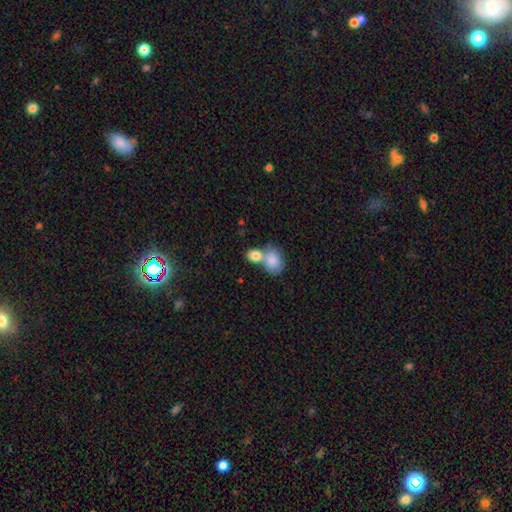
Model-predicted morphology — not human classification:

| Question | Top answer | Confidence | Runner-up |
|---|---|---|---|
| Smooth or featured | smooth | 83% | featured or disk (9%) |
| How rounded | in between | 52% | round (46%) |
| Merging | merger | 59% | none (30%) |